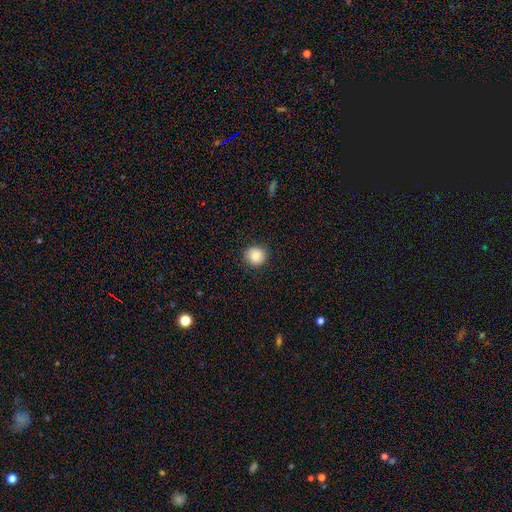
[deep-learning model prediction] A smooth galaxy with no disk features (87%) that is round (90%).

Vote fractions:
- Smooth or featured? smooth: 87% / star or artifact: 9% / featured or disk: 5%
- How rounded? round: 90% / in between: 9% / cigar-shaped: 1%
- Merging? none: 89% / minor disturbance: 8% / major disturbance: 2% / merger: 1%